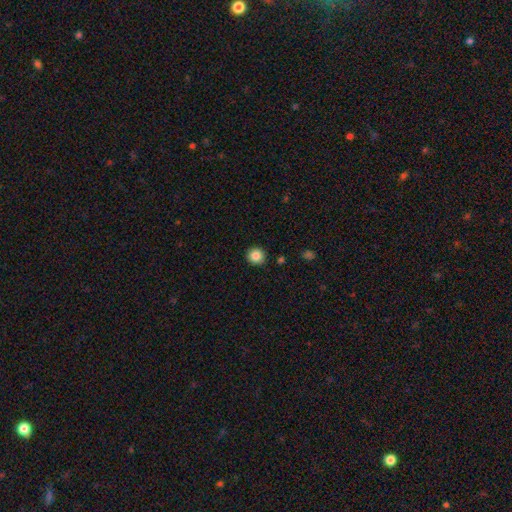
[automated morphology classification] Overall: smooth (85%). How rounded: round (92%). Merging: none (91%).